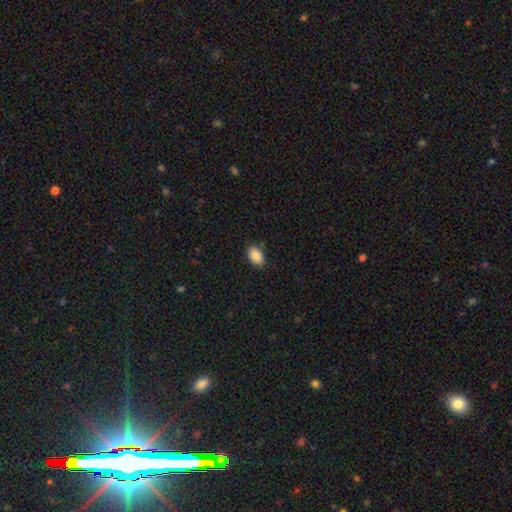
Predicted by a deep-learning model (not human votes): Smooth or featured: smooth — 89% (star or artifact — 7%)
How rounded: in between — 91% (round — 7%)
Merging: none — 85% (minor disturbance — 12%)